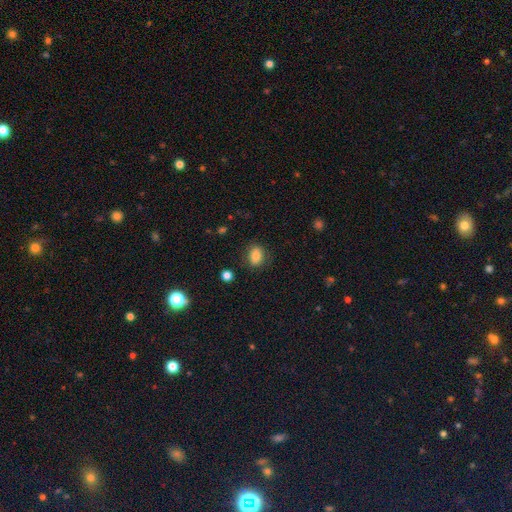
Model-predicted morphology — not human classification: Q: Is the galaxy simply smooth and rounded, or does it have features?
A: smooth — 82%.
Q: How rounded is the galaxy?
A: in between — 64%.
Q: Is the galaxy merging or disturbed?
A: none — 82%.